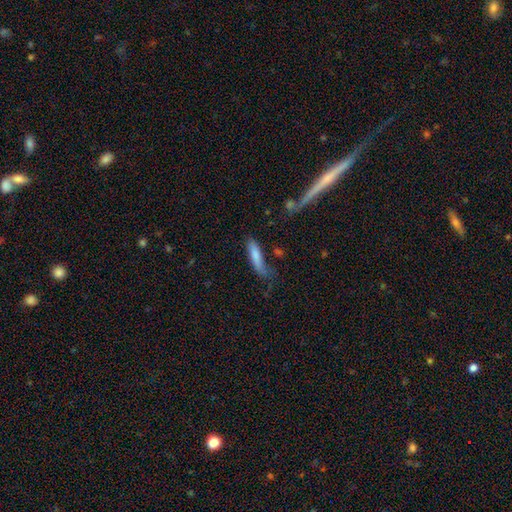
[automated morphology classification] smooth-or-featured: smooth: 78% | featured or disk: 16% | star or artifact: 6%
  how-rounded: cigar-shaped: 74% | in between: 25% | round: 2%
  merging: none: 53% | minor disturbance: 29% | major disturbance: 13% | merger: 5%